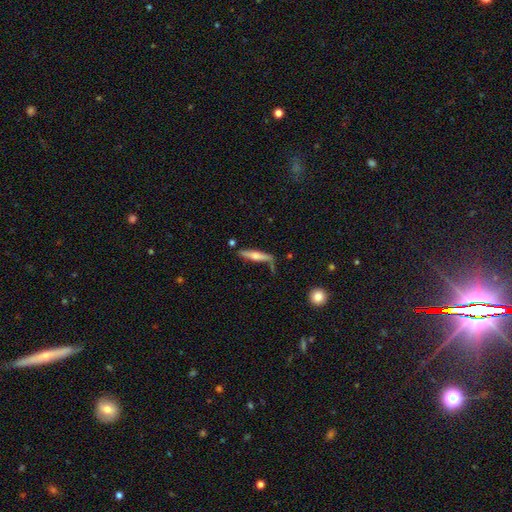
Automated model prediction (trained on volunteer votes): smooth-or-featured: featured or disk: 58% | smooth: 36% | star or artifact: 6%
  disk-edge-on: yes: 93% | no: 7%
    edge-on-bulge: rounded: 86% | none: 8% | boxy: 6%
  merging: none: 67% | minor disturbance: 21% | major disturbance: 6% | merger: 6%